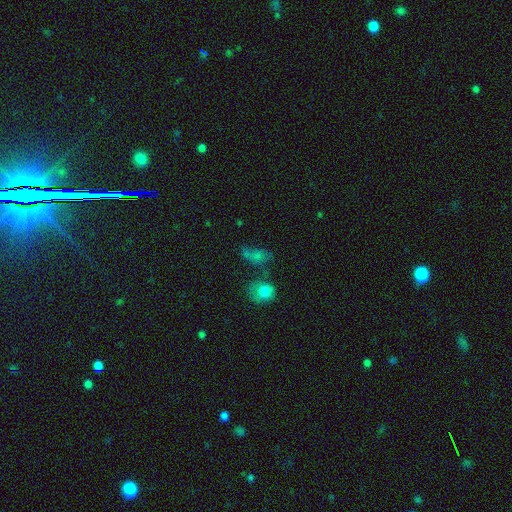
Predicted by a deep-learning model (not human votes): Overall: smooth (61%). How rounded: in between (70%). Merging: none (38%; merger 27%).